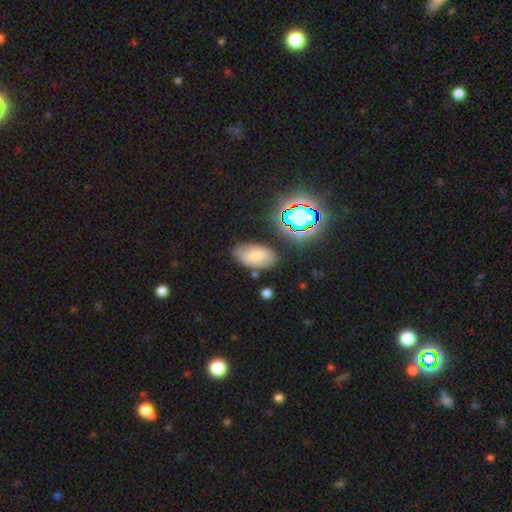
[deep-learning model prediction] A smooth galaxy with no disk features (70%) that is in between round and cigar-shaped (94%).

Vote fractions:
- Smooth or featured? smooth: 70% / featured or disk: 17% / star or artifact: 13%
- How rounded? in between: 94% / round: 4% / cigar-shaped: 2%
- Merging? none: 77% / minor disturbance: 15% / merger: 4% / major disturbance: 4%